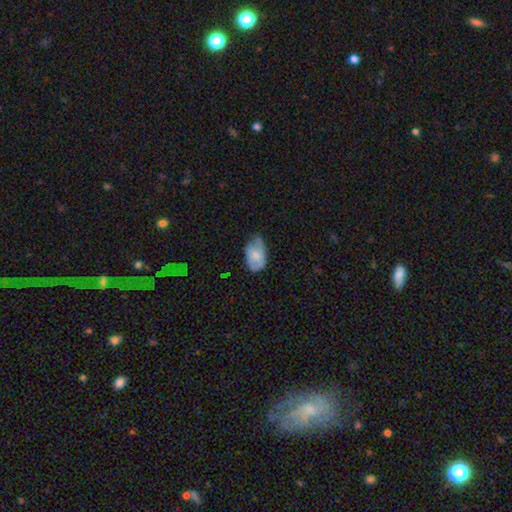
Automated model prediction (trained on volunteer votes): Q: Smooth or featured?
A: smooth (64%); runner-up: featured or disk (30%)
Q: How rounded?
A: in between (89%); runner-up: round (9%)
Q: Merging?
A: none (46%); runner-up: minor disturbance (42%)